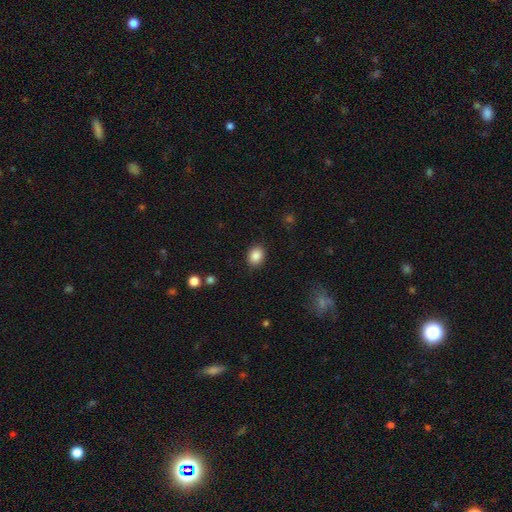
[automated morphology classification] smooth_or_featured: smooth (p=0.87) [alt: star or artifact p=0.09]
how_rounded: round (p=0.55) [alt: in between p=0.44]
merging: none (p=0.87) [alt: minor disturbance p=0.09]